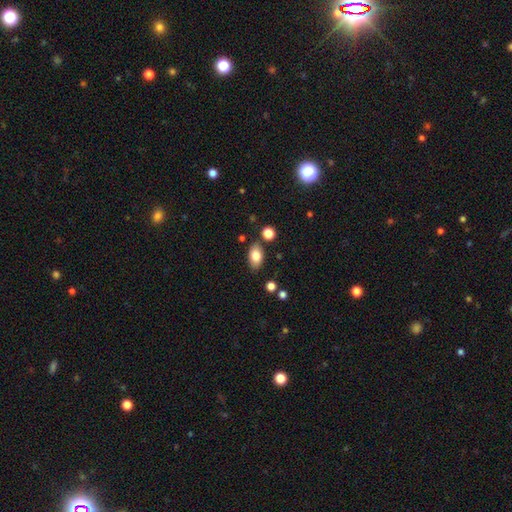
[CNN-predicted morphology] Smooth or featured? Predicted: smooth (p=0.80). How rounded? Predicted: in between (p=0.91). Merging? Predicted: none (p=0.81).